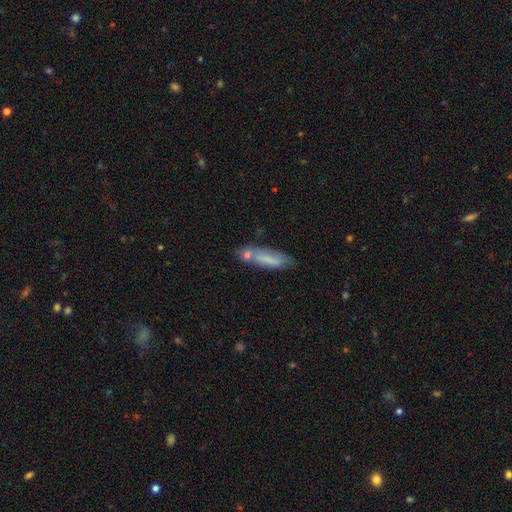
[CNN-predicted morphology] Overall: smooth (70%). How rounded: cigar-shaped (65%; in between 33%). Merging: none (54%; minor disturbance 21%).